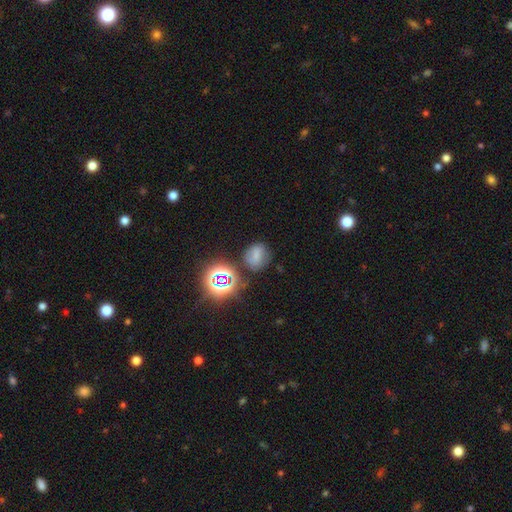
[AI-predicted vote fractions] The model was most divided on "how rounded": round: 63%, in between: 35%, cigar-shaped: 1%. More confident: merging — none (67%); smooth or featured — smooth (58%).